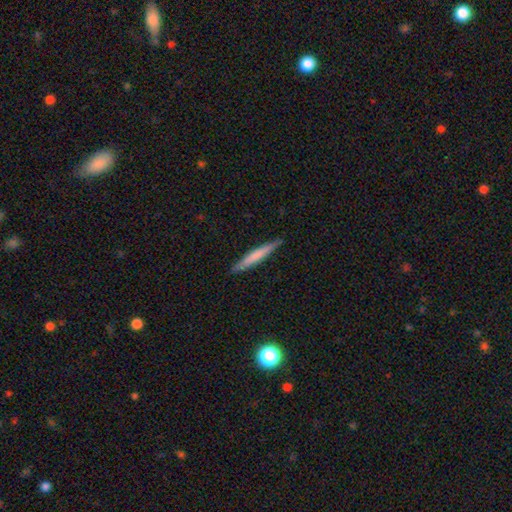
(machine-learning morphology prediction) This is likely a smooth galaxy (63%). How rounded: clearly cigar-shaped (96%). Merging: clearly none (90%).